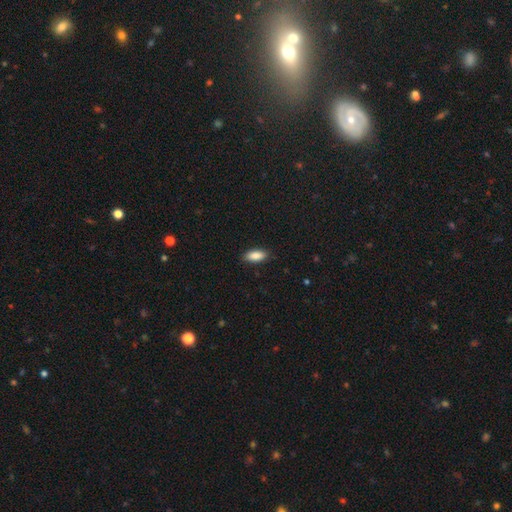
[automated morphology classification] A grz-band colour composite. It shows a smooth galaxy with no disk features (88%) that is in between round and cigar-shaped (84%). Merging: none (88%).